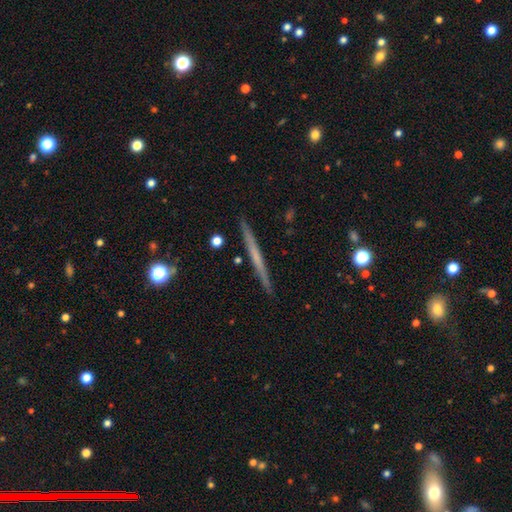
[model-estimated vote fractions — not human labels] featured or disk 53%, smooth 41%, star or artifact 6%. Down the decision tree: edge-on disk — yes (97%); edge-on bulge — none (87%); merging — none (92%).